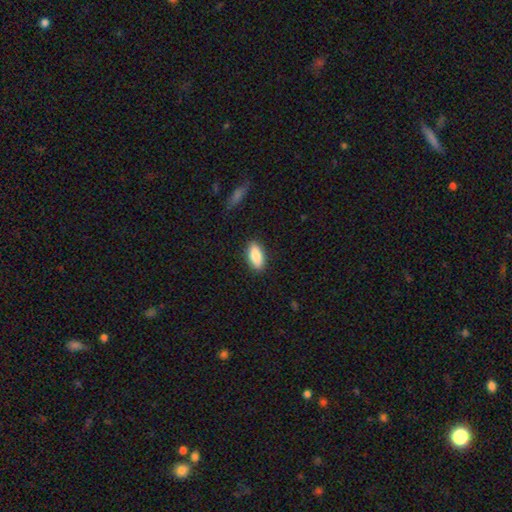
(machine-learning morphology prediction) smooth 85%, featured or disk 9%, star or artifact 6%. Down the decision tree: how rounded — in between (87%); merging — none (89%).